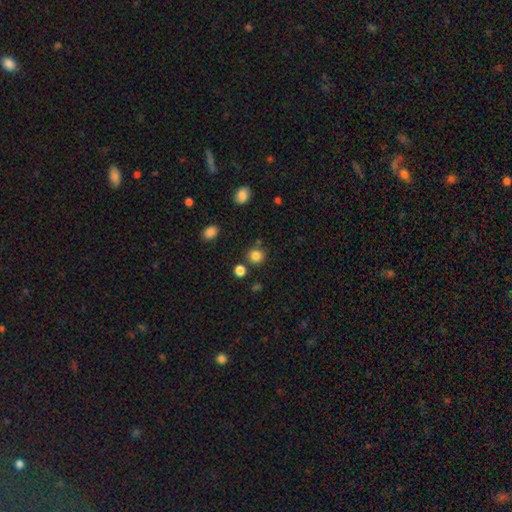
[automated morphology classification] This appears to be a smooth galaxy with no disk features (83%) that is round (87%). Merging: none (79%).